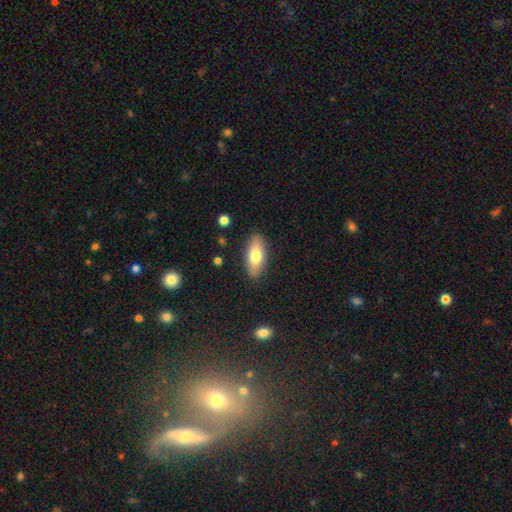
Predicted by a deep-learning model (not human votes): Overall: smooth (74%). How rounded: in between (82%). Merging: none (86%).